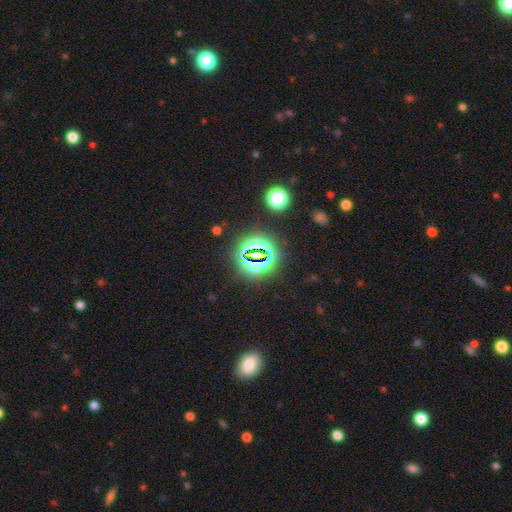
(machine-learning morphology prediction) smooth_or_featured: star or artifact (p=0.77) [alt: smooth p=0.14]